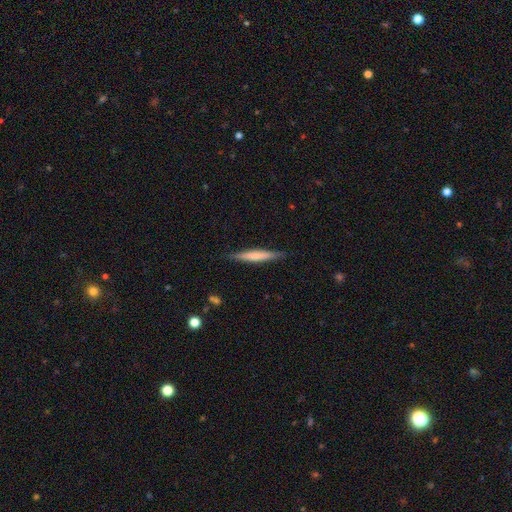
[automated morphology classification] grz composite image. It shows a smooth galaxy with no disk features (55%) that is cigar-shaped (94%). Merging: none (88%).